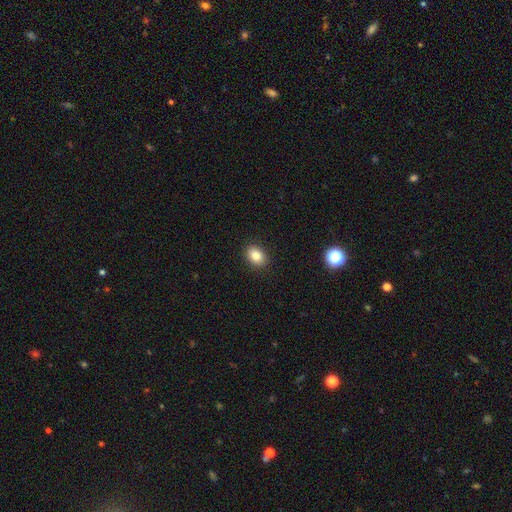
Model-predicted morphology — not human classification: smooth 83%, star or artifact 10%, featured or disk 7%. Down the decision tree: how rounded — in between (63%); merging — none (90%).